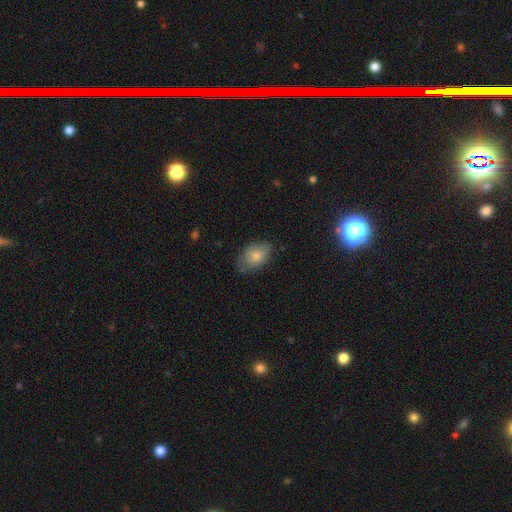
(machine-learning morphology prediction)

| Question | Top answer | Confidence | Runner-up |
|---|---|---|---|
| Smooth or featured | smooth | 80% | featured or disk (13%) |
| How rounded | in between | 87% | round (11%) |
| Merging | none | 69% | minor disturbance (25%) |